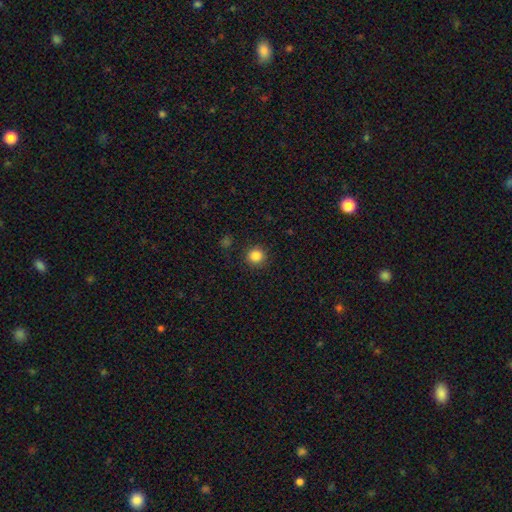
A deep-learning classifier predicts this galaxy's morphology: Smooth or featured? Predicted: smooth (p=0.84). How rounded? Predicted: round (p=0.94). Merging? Predicted: none (p=0.91).